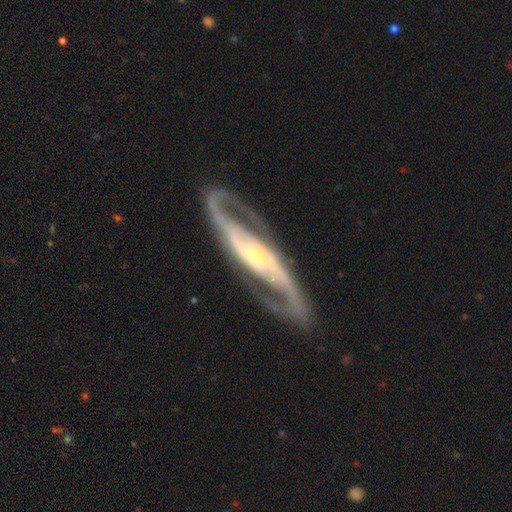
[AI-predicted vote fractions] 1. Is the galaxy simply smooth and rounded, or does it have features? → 91% featured or disk, 4% smooth, 4% star or artifact.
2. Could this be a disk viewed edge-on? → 90% no, 10% yes.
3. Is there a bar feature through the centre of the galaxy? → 38% no, 37% strong, 26% weak.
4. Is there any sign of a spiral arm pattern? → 97% yes, 3% no.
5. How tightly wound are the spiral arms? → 54% medium, 23% tight, 23% loose.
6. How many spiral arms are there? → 93% 2, 2% can't tell, 1% 3, 1% 1, 1% 4, 1% more than 4.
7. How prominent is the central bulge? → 70% small, 24% moderate, 3% large, 1% none, 1% dominant.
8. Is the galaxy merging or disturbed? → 83% none, 10% minor disturbance, 5% major disturbance, 1% merger.